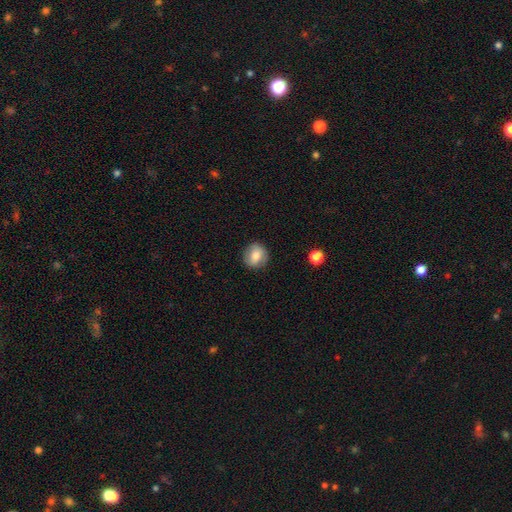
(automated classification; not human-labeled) Morphology: type=smooth (73%); roundness=round (85%); merging=none (85%).